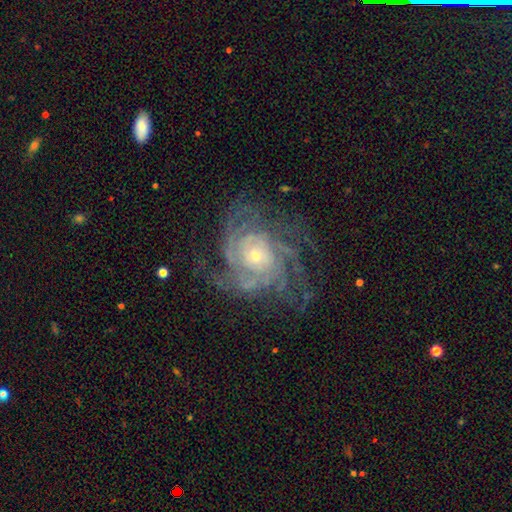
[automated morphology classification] A featured or disk galaxy (89%) with no bar (77%), 4 (27%) tight (65%) spiral arms (97%) and a small central bulge (67%).

Vote fractions:
- Smooth or featured? featured or disk: 89% / star or artifact: 7% / smooth: 5%
- Edge-on disk? no: 97% / yes: 3%
- Bar? no: 77% / weak: 18% / strong: 5%
- Spiral arms? yes: 97% / no: 3%
- Spiral winding? tight: 65% / medium: 29% / loose: 6%
- Spiral arm count? 4: 27% / can't tell: 23% / 3: 17% / more than 4: 15% / 2: 11% / 1: 7%
- Bulge size? small: 67% / moderate: 28% / large: 2% / none: 1% / dominant: 1%
- Merging? none: 69% / minor disturbance: 17% / major disturbance: 13% / merger: 2%